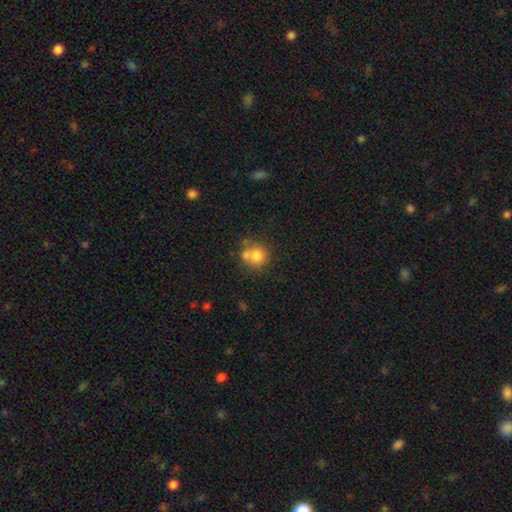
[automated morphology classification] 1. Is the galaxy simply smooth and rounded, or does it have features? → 76% smooth, 13% featured or disk, 11% star or artifact.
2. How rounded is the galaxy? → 84% round, 15% in between, 1% cigar-shaped.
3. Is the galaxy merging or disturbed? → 47% none, 34% merger, 13% minor disturbance, 6% major disturbance.